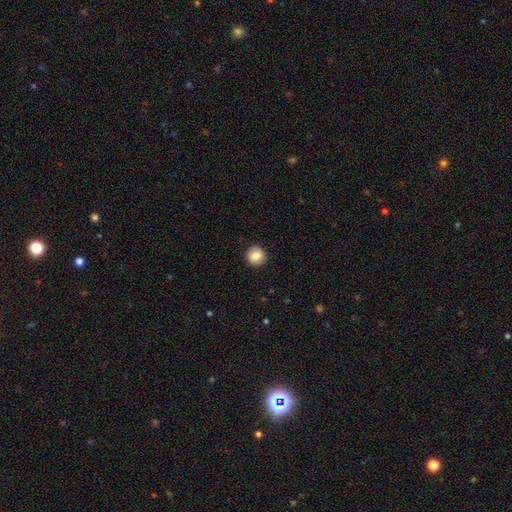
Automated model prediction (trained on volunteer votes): Q: Smooth or featured?
A: smooth (83%); runner-up: featured or disk (9%)
Q: How rounded?
A: round (86%); runner-up: in between (13%)
Q: Merging?
A: none (90%); runner-up: minor disturbance (7%)